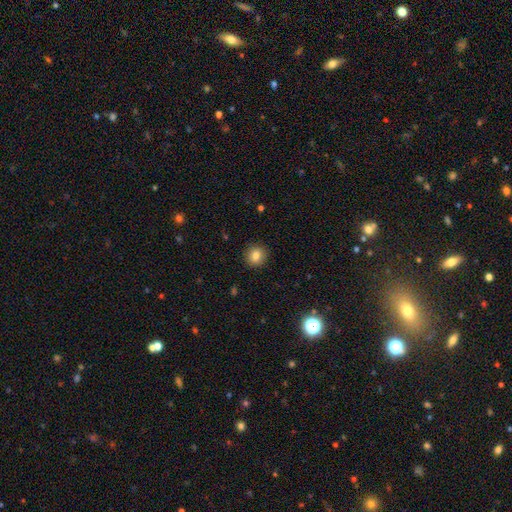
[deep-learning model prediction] Overall: smooth (83%). How rounded: round (90%). Merging: none (91%).